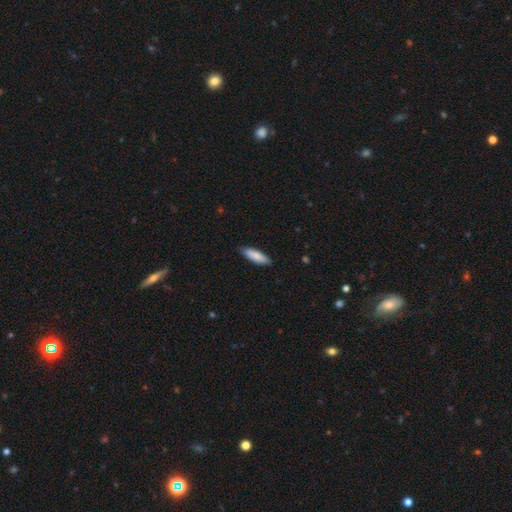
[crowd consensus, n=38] smooth 79%, featured or disk 21%, star or artifact 0%. Down the decision tree: how rounded — in between (60%); merging — none (74%).